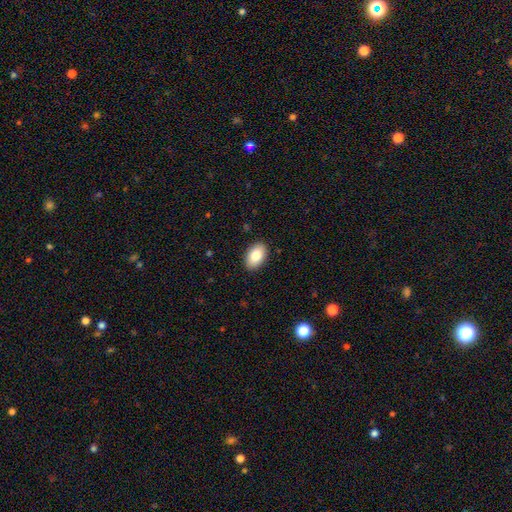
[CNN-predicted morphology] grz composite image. It shows a smooth galaxy with no disk features (84%) that is in between round and cigar-shaped (91%). Merging: none (89%).